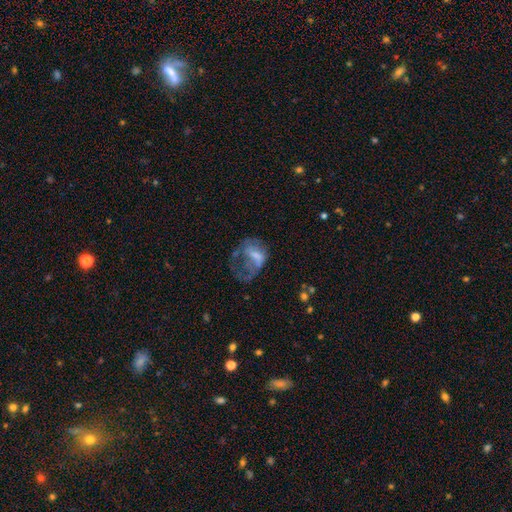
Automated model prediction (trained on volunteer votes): Overall: featured or disk (49%; smooth 39%). Merging: major disturbance (59%; none 19%).